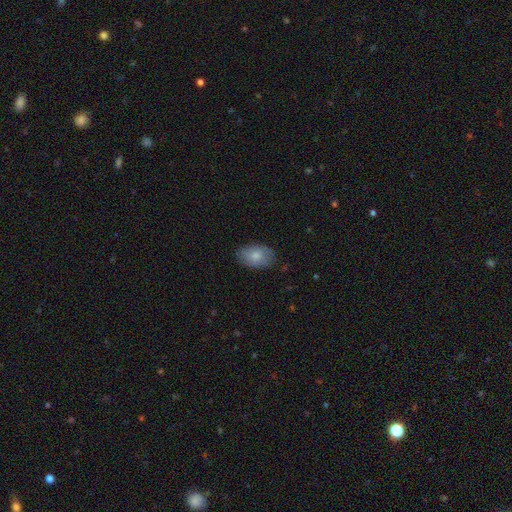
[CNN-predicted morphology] A smooth galaxy with no disk features (79%) that is in between round and cigar-shaped (88%).

Vote fractions:
- Smooth or featured? smooth: 79% / featured or disk: 14% / star or artifact: 6%
- How rounded? in between: 88% / round: 11% / cigar-shaped: 1%
- Merging? none: 80% / minor disturbance: 16% / major disturbance: 3% / merger: 1%